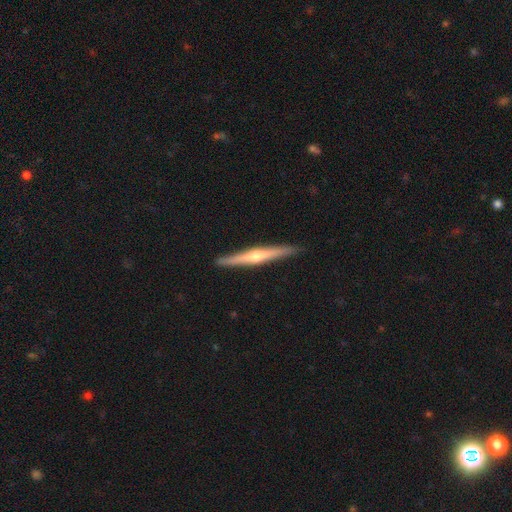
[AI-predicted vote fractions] A featured or disk galaxy (66%) viewed edge-on (98%) with a rounded central bulge (80%).

Vote fractions:
- Smooth or featured? featured or disk: 66% / smooth: 29% / star or artifact: 5%
- Edge-on disk? yes: 98% / no: 2%
- Edge-on bulge? rounded: 80% / none: 15% / boxy: 5%
- Merging? none: 91% / minor disturbance: 6% / major disturbance: 1% / merger: 1%